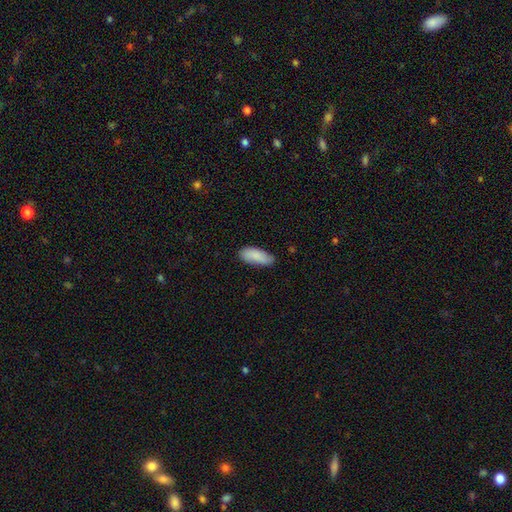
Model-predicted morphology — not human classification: A smooth galaxy with no disk features (87%) that is in between round and cigar-shaped (82%). Merging: none (74%).